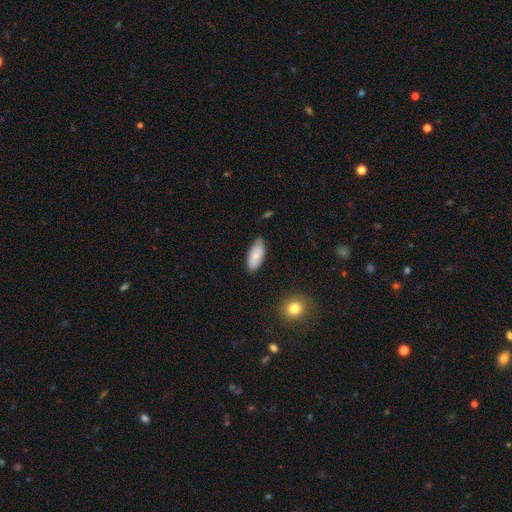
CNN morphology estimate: smooth 78%, featured or disk 16%, star or artifact 6%. Down the decision tree: how rounded — in between (86%); merging — none (71%).